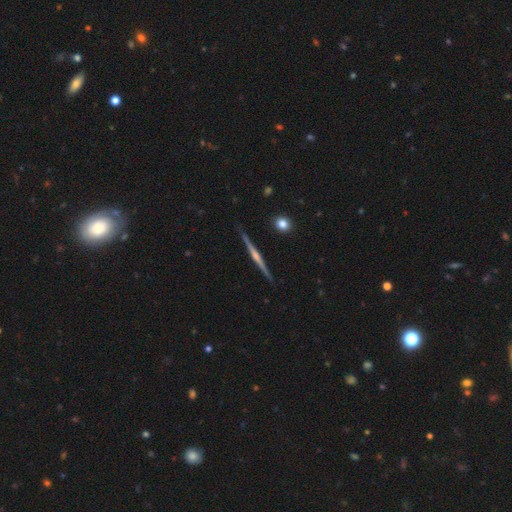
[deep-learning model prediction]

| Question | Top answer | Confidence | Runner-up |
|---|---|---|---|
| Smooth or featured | featured or disk | 79% | smooth (16%) |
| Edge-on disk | yes | 98% | no (2%) |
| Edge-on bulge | rounded | 64% | none (25%) |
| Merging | none | 90% | minor disturbance (8%) |